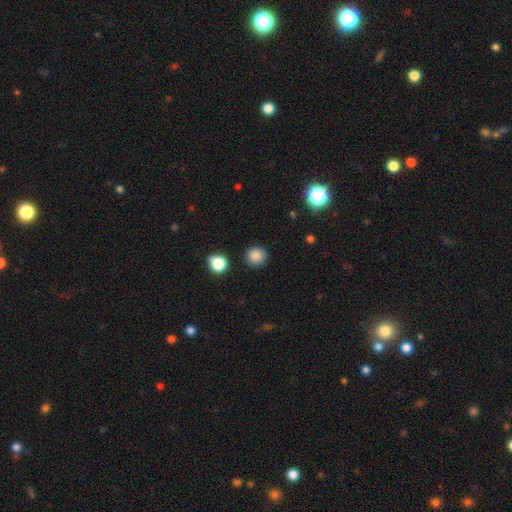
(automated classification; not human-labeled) This appears to be a smooth galaxy with no disk features (85%) that is round (91%). Merging: none (88%).